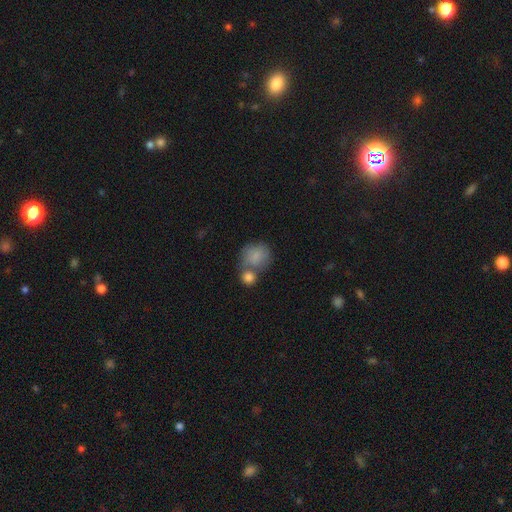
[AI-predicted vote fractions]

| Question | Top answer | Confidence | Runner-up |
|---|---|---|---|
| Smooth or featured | smooth | 82% | featured or disk (11%) |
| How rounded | round | 74% | in between (25%) |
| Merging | merger | 45% | none (35%) |